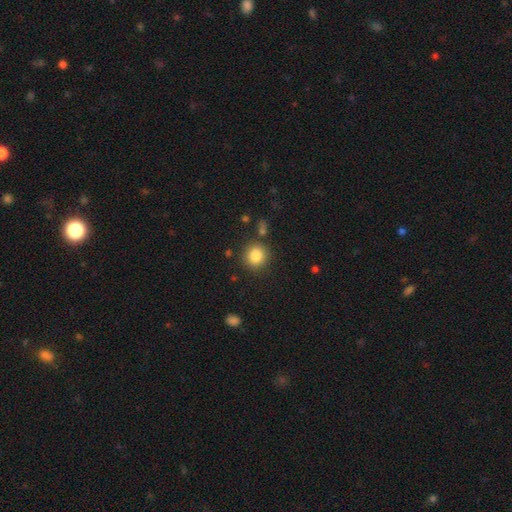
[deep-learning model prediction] A smooth galaxy with no disk features (85%) that is round (89%). Merging: none (85%).